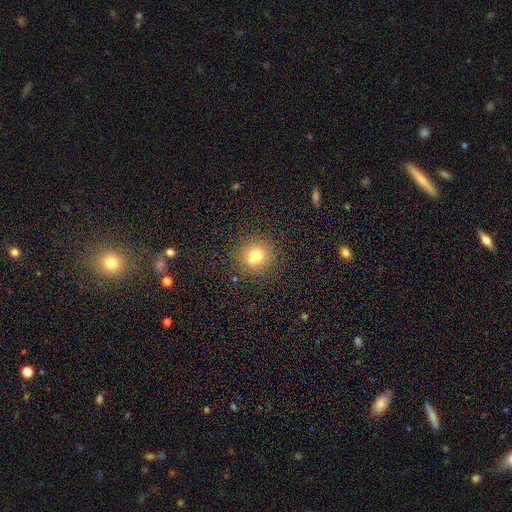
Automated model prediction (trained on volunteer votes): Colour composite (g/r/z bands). It shows a smooth galaxy with no disk features (69%) that is round (86%). Merging: none (73%).